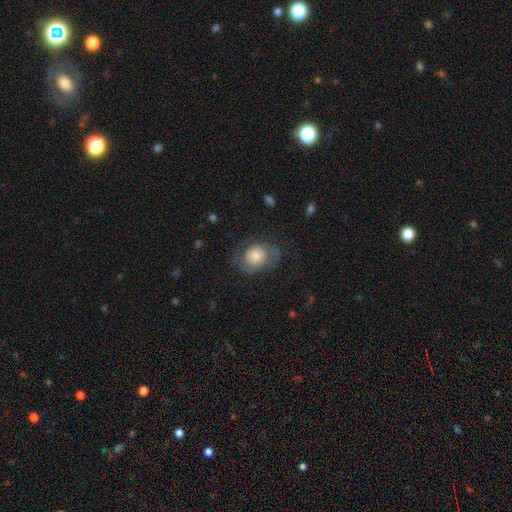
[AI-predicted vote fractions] A featured or disk galaxy (51%).

Vote fractions:
- Smooth or featured? featured or disk: 51% / smooth: 40% / star or artifact: 8%
- Edge-on disk? no: 97% / yes: 3%
- Merging? none: 66% / minor disturbance: 19% / major disturbance: 14% / merger: 1%